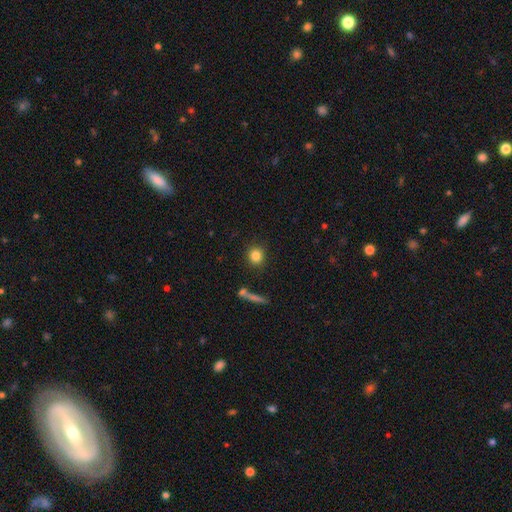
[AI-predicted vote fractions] smooth-or-featured: smooth: 83% | star or artifact: 10% | featured or disk: 7%
  how-rounded: round: 88% | in between: 10% | cigar-shaped: 2%
  merging: none: 87% | minor disturbance: 7% | merger: 3% | major disturbance: 3%